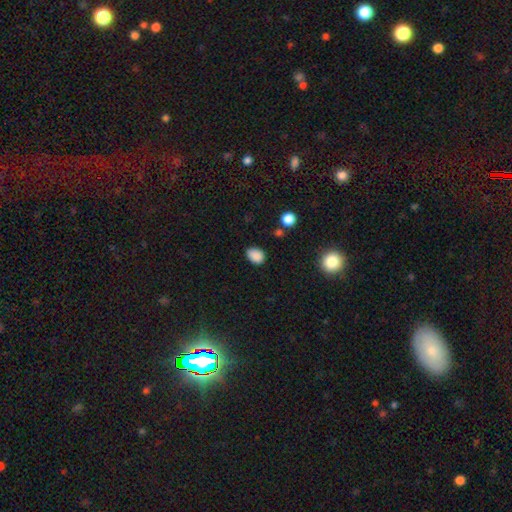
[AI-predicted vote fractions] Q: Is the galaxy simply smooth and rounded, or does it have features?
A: smooth — 86%.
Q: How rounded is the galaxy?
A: in between — 67%.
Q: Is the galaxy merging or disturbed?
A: none — 77%.